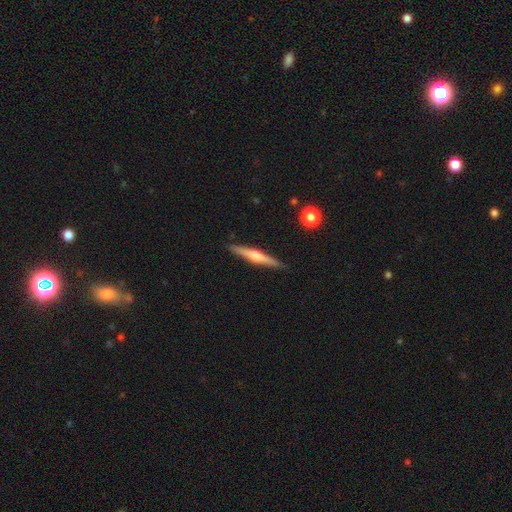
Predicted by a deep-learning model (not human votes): A featured or disk galaxy (59%) viewed edge-on (97%) with a rounded central bulge (78%). Merging: none (90%).